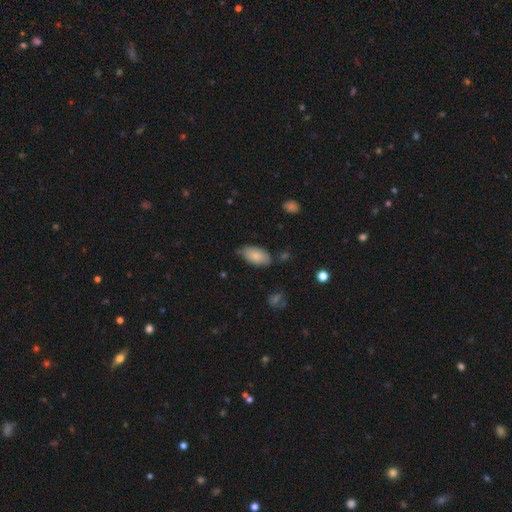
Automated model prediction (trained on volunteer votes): Q: Smooth or featured?
A: smooth (80%); runner-up: featured or disk (13%)
Q: How rounded?
A: in between (94%); runner-up: cigar-shaped (3%)
Q: Merging?
A: none (69%); runner-up: minor disturbance (23%)